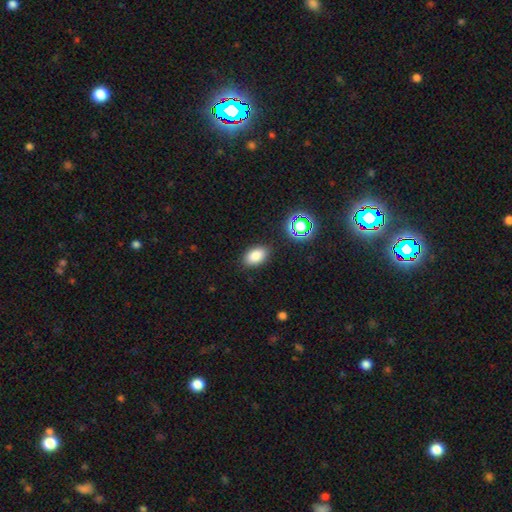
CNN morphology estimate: Smooth or featured? Predicted: smooth (p=0.82). How rounded? Predicted: in between (p=0.89). Merging? Predicted: none (p=0.86).